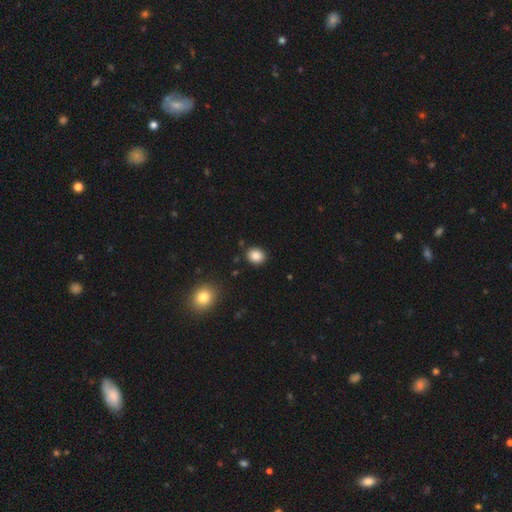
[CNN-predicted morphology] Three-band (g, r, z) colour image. It shows a smooth galaxy with no disk features (86%) that is round (65%). Merging: none (88%).